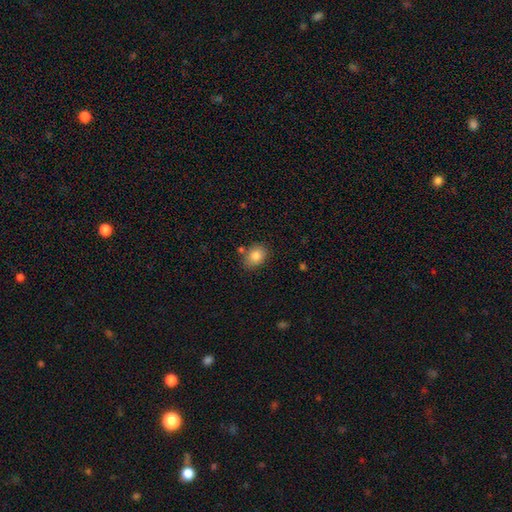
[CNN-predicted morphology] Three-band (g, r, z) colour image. It shows a smooth galaxy with no disk features (82%) that is in between round and cigar-shaped (61%). Merging: none (75%).